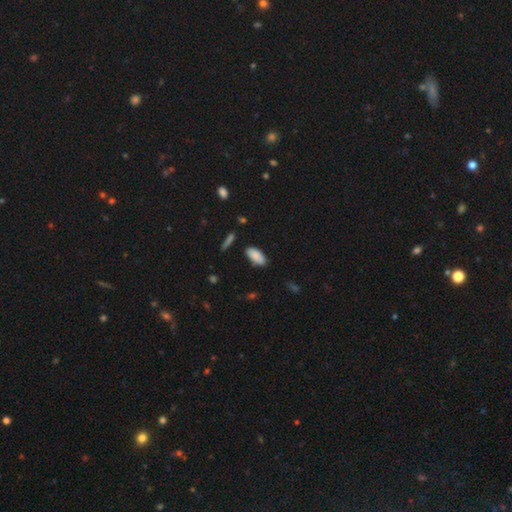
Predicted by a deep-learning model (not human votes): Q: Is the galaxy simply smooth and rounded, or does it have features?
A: smooth — 88%.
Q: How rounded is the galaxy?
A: in between — 89%.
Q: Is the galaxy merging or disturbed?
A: none — 82%.